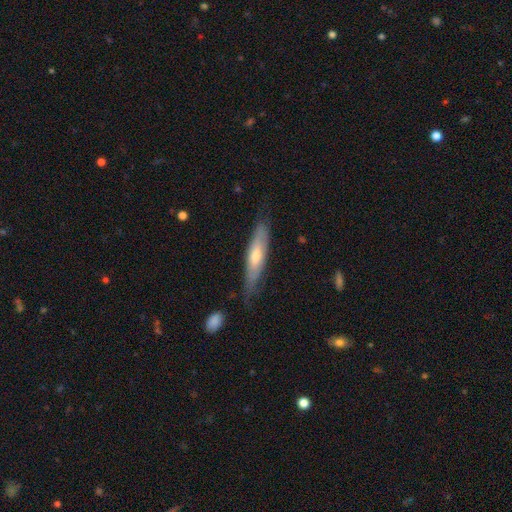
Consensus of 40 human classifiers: Q: Smooth or featured?
A: featured or disk (70%); runner-up: smooth (25%)
Q: Edge-on disk?
A: yes (71%); runner-up: no (29%)
Q: Edge-on bulge?
A: rounded (65%); runner-up: none (20%)
Q: Merging?
A: none (68%); runner-up: minor disturbance (29%)